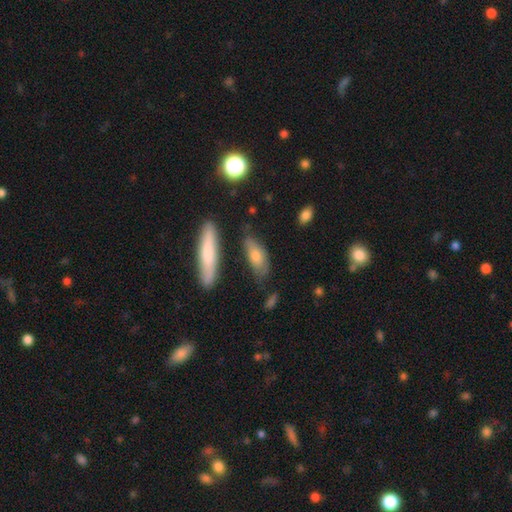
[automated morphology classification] Q: Smooth or featured?
A: smooth (66%); runner-up: featured or disk (25%)
Q: How rounded?
A: in between (67%); runner-up: cigar-shaped (29%)
Q: Merging?
A: none (67%); runner-up: minor disturbance (22%)